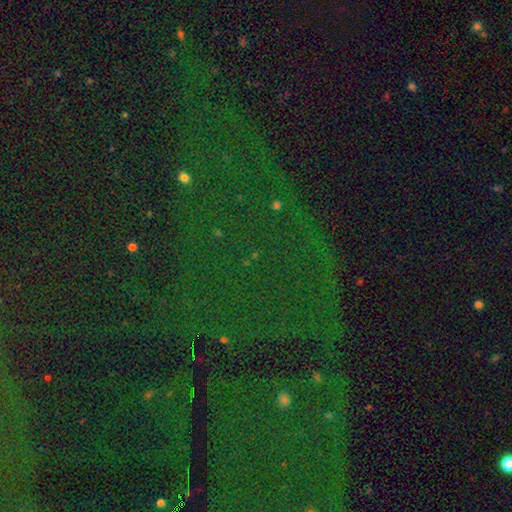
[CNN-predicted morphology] Smooth or featured: star or artifact — 84% (smooth — 9%)